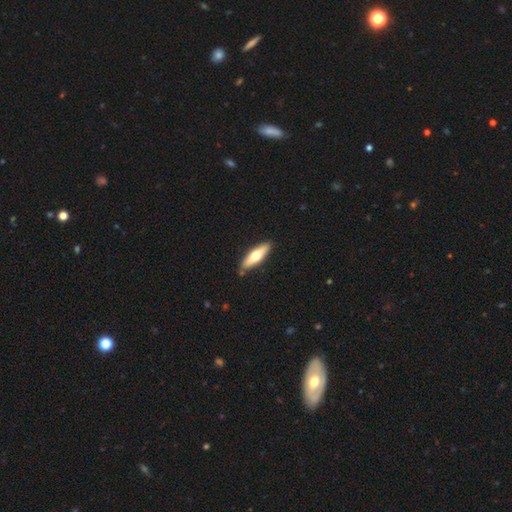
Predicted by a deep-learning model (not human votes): The model was most divided on "smooth or featured": smooth: 53%, featured or disk: 43%, star or artifact: 5%. More confident: merging — none (87%); how rounded — cigar-shaped (62%).